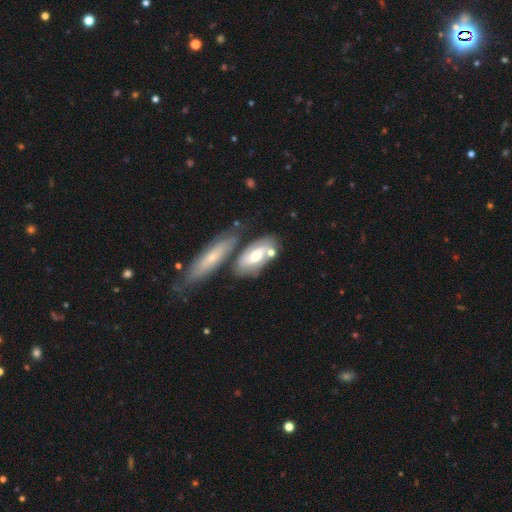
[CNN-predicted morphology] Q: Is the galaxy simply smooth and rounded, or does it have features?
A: featured or disk — 58%.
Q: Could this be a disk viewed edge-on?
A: no — 85%.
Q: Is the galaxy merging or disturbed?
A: none — 52%.